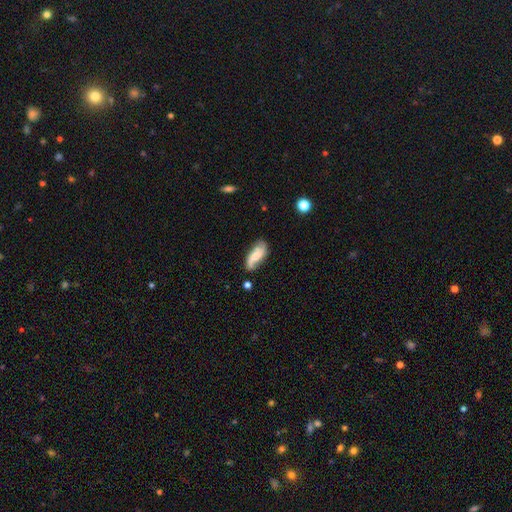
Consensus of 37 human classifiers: A featured or disk galaxy (78%) with no bar (74%), 2 (96%) loose (96%) spiral arms (100%) and a small central bulge (37%).

Vote fractions:
- Smooth or featured? featured or disk: 78% / smooth: 19% / star or artifact: 3%
- Edge-on disk? no: 93% / yes: 7%
- Bar? no: 74% / weak: 19% / strong: 7%
- Spiral arms? yes: 100% / no: 0%
- Spiral winding? loose: 96% / medium: 4% / tight: 0%
- Spiral arm count? 2: 96% / can't tell: 4% / 1: 0% / 3: 0% / 4: 0% / more than 4: 0%
- Bulge size? small: 37% / moderate: 33% / none: 22% / large: 7% / dominant: 0%
- Merging? none: 61% / minor disturbance: 25% / major disturbance: 8% / merger: 6%